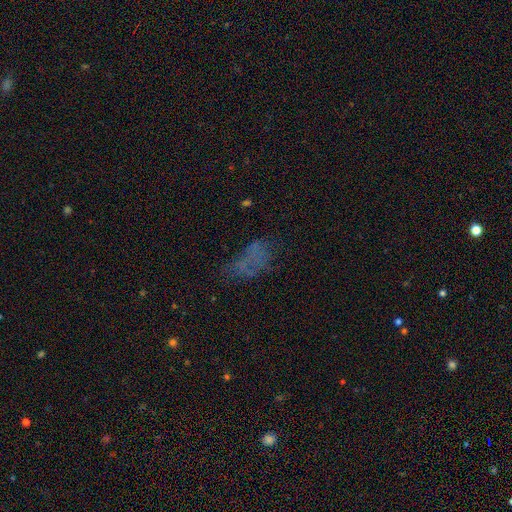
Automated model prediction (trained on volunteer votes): A smooth galaxy with no disk features (41%). Merging: none (44%).